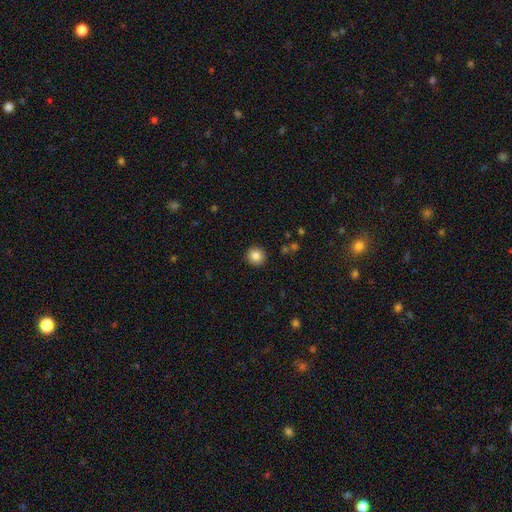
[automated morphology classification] Smooth or featured: smooth — 85% (star or artifact — 10%)
How rounded: round — 94% (in between — 5%)
Merging: none — 92% (minor disturbance — 5%)